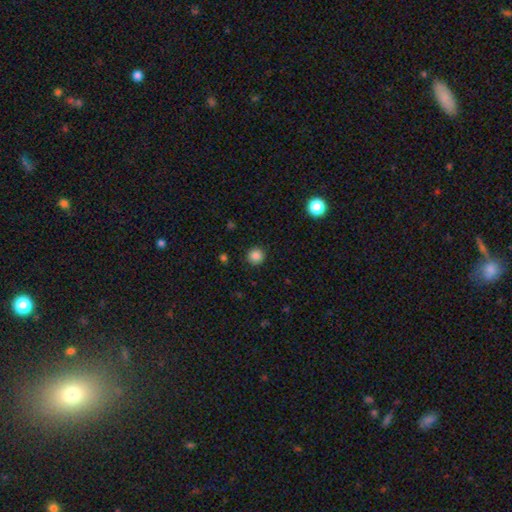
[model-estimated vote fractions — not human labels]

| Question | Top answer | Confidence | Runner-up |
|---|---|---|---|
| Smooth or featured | smooth | 85% | star or artifact (11%) |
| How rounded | round | 94% | in between (5%) |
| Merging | none | 91% | minor disturbance (5%) |